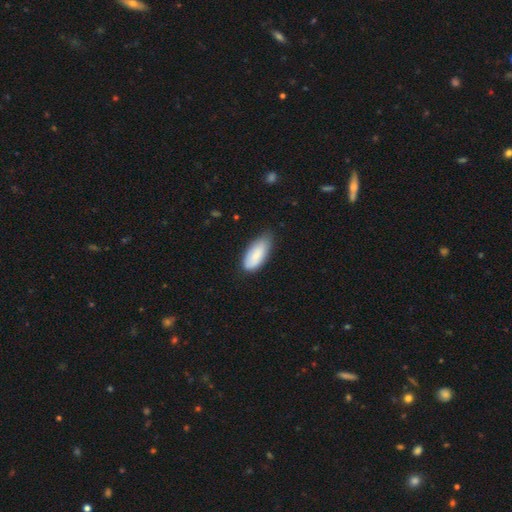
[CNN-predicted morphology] Q: Smooth or featured?
A: smooth (81%); runner-up: featured or disk (13%)
Q: How rounded?
A: in between (88%); runner-up: cigar-shaped (10%)
Q: Merging?
A: none (59%); runner-up: minor disturbance (34%)